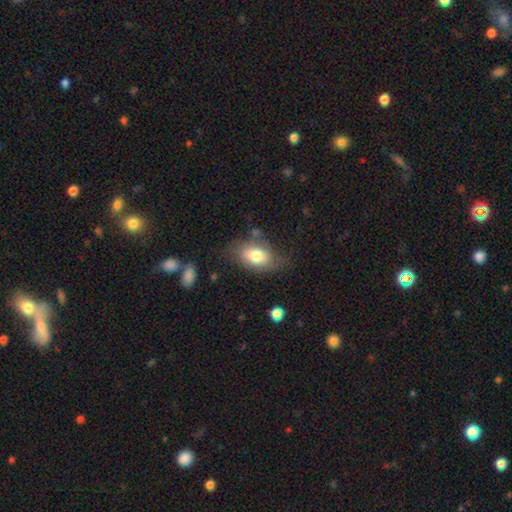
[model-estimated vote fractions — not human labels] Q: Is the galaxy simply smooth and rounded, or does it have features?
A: smooth — 71%.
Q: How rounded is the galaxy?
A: in between — 88%.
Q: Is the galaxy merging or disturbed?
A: none — 57%.